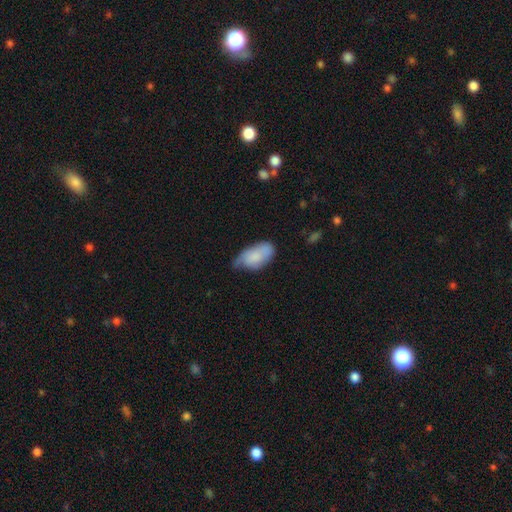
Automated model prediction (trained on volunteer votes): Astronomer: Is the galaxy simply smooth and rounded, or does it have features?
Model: smooth — 77%.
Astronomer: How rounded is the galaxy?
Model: in between — 94%.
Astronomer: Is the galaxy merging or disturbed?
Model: minor disturbance — 47% (runner-up: none, 36%).